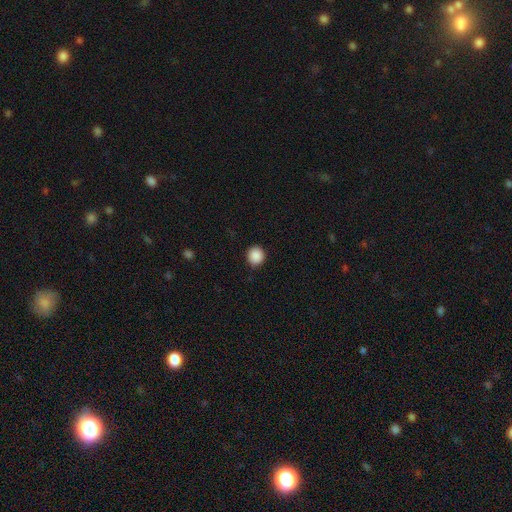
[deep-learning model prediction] This is clearly a smooth galaxy (89%). How rounded: clearly round (89%). Merging: clearly none (90%).